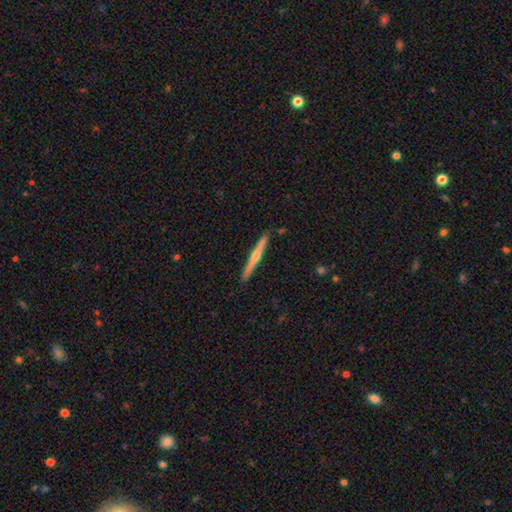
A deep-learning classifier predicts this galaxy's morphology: This appears to be a featured or disk galaxy (74%) viewed edge-on (98%) with a rounded central bulge (83%). Merging: none (91%).